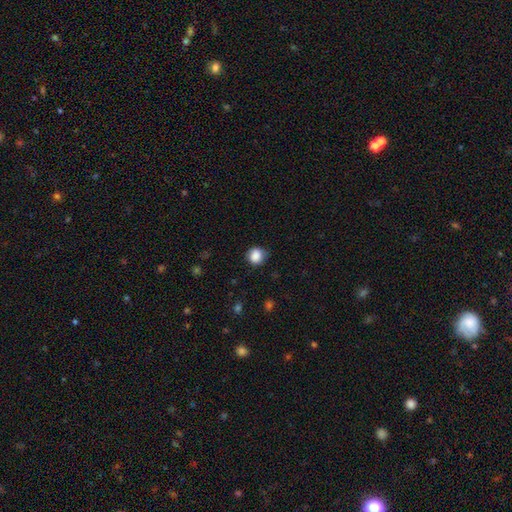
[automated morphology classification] smooth-or-featured: smooth: 87% | star or artifact: 9% | featured or disk: 4%
  how-rounded: round: 82% | in between: 17% | cigar-shaped: 1%
  merging: none: 75% | minor disturbance: 19% | major disturbance: 4% | merger: 1%